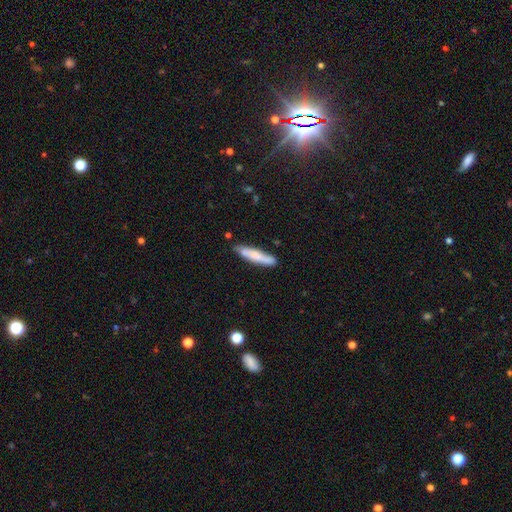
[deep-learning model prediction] smooth-or-featured: smooth: 70% | featured or disk: 24% | star or artifact: 6%
  how-rounded: cigar-shaped: 87% | in between: 12% | round: 1%
  merging: none: 78% | minor disturbance: 17% | major disturbance: 3% | merger: 3%